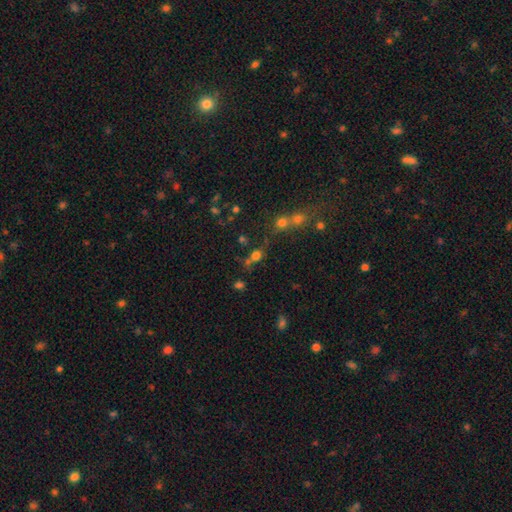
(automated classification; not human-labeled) This appears to be a smooth galaxy with no disk features (63%) that is round (65%). Merging: none (53%).